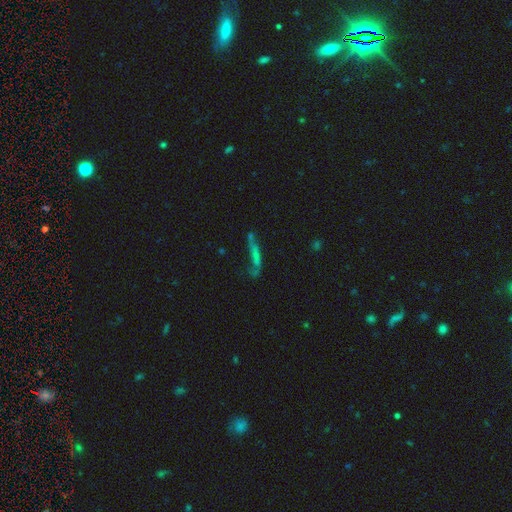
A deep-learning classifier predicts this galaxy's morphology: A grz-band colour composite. It shows a smooth galaxy with no disk features (46%). Merging: none (39%).